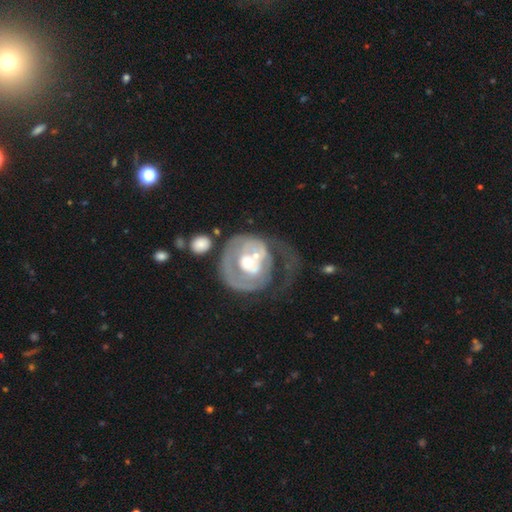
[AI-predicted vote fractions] This appears to be a featured or disk galaxy (69%) with no bar (81%), no spiral arms (56%) and a moderate central bulge (59%). Merging: major disturbance (41%).